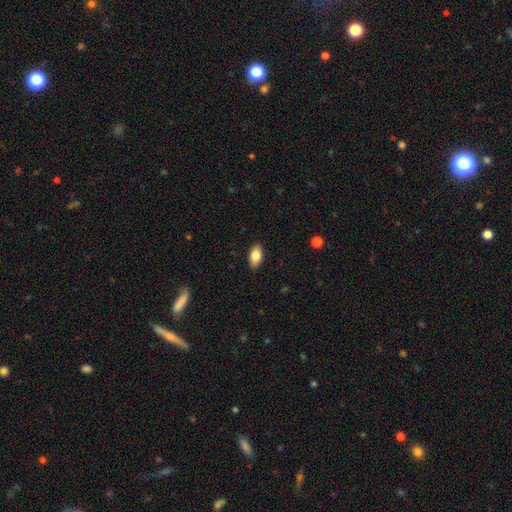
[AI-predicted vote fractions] smooth-or-featured: smooth: 82% | featured or disk: 11% | star or artifact: 7%
  how-rounded: in between: 92% | round: 5% | cigar-shaped: 3%
  merging: none: 88% | minor disturbance: 9% | major disturbance: 2% | merger: 1%